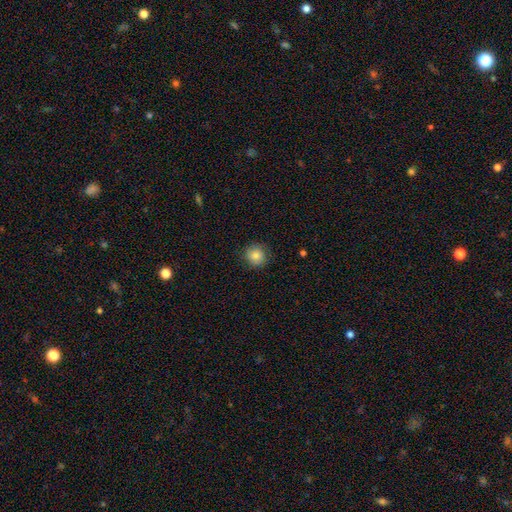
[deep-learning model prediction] Overall: smooth (84%). How rounded: round (92%). Merging: none (86%).